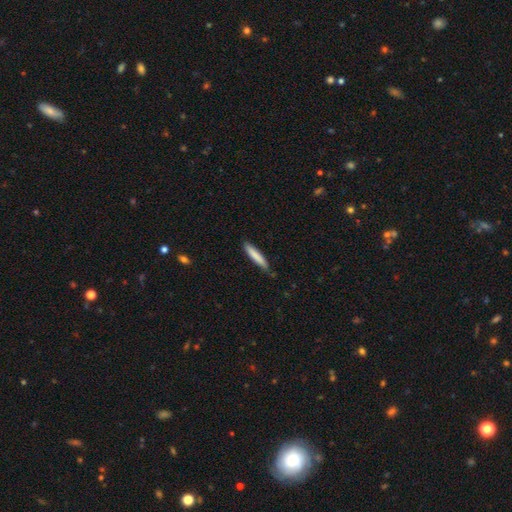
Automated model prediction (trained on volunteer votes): Q: Smooth or featured?
A: smooth (82%); runner-up: featured or disk (12%)
Q: How rounded?
A: cigar-shaped (91%); runner-up: in between (8%)
Q: Merging?
A: none (84%); runner-up: minor disturbance (13%)